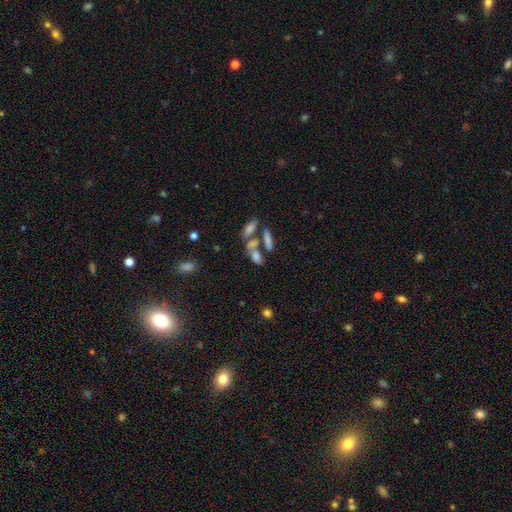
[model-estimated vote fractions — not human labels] This is likely a smooth galaxy (67%). How rounded: likely in between (73%). Merging: marginally merger (44%).